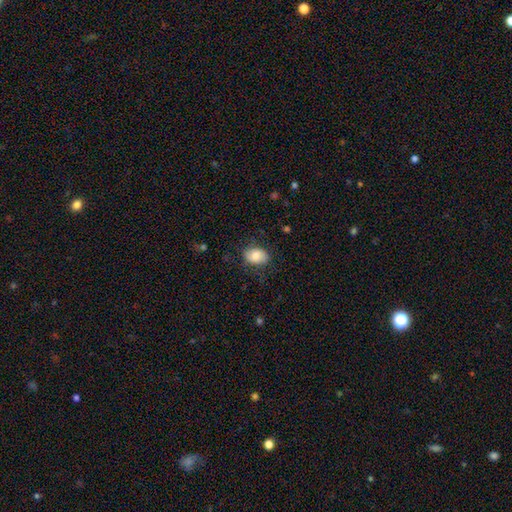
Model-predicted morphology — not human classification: This appears to be a smooth galaxy with no disk features (80%) that is in between round and cigar-shaped (76%). Merging: none (76%).